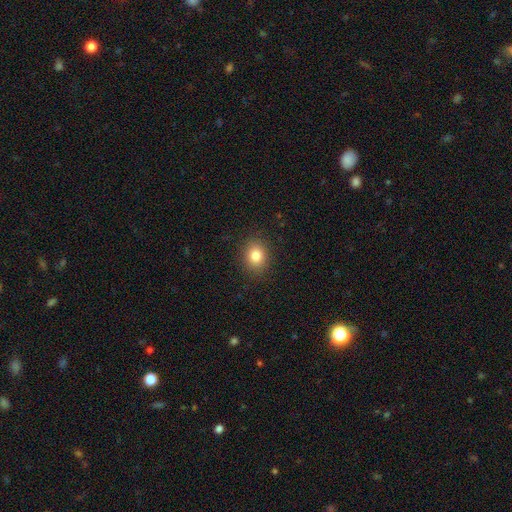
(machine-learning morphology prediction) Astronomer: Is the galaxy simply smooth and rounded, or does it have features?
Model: smooth — 82%.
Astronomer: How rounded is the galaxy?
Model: round — 61% (runner-up: in between, 38%).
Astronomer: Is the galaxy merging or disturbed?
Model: none — 89%.